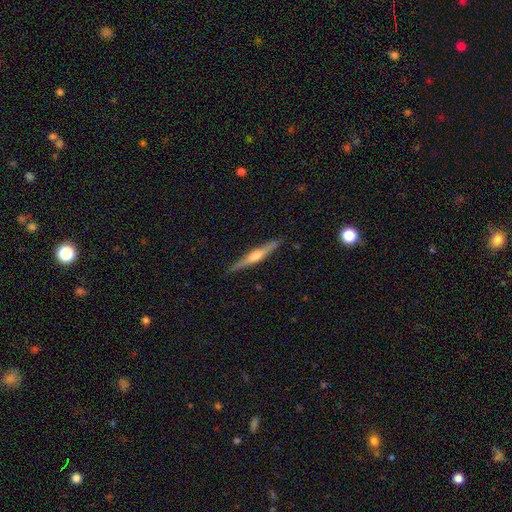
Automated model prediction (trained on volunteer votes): Smooth or featured? Predicted: featured or disk (p=0.68). Edge-on disk? Predicted: yes (p=0.97). Edge-on bulge? Predicted: rounded (p=0.82). Merging? Predicted: none (p=0.90).